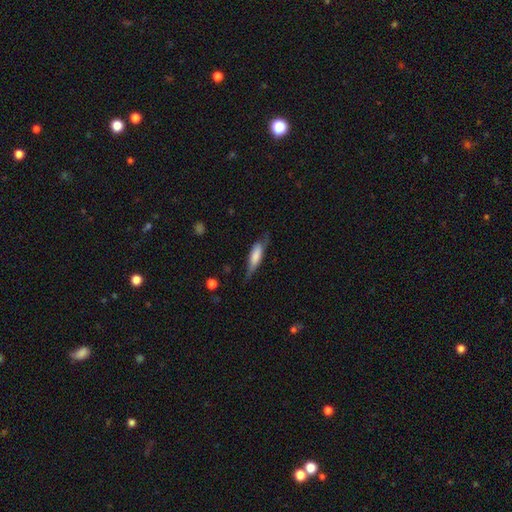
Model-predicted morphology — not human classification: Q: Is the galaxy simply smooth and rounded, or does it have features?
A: smooth — 61%.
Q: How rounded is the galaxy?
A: cigar-shaped — 56%.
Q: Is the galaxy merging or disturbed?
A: none — 56%.